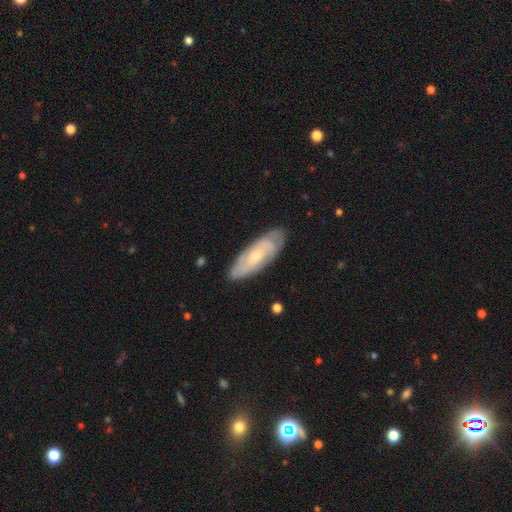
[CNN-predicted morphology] This is likely a featured or disk galaxy (63%). It is clearly not viewed edge-on (83%). Bar: likely no (66%). Spiral arm pattern: clearly yes (84%). Central bulge: possibly small (55%). Merging: clearly none (82%).